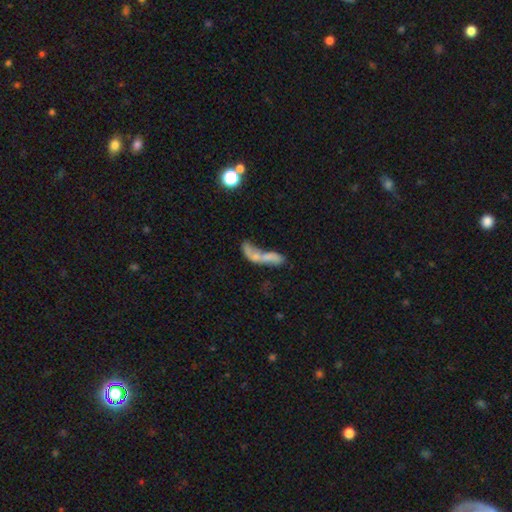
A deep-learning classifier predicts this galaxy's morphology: smooth-or-featured: smooth: 44% | featured or disk: 40% | star or artifact: 15%
  merging: merger: 52% | major disturbance: 19% | none: 19% | minor disturbance: 10%